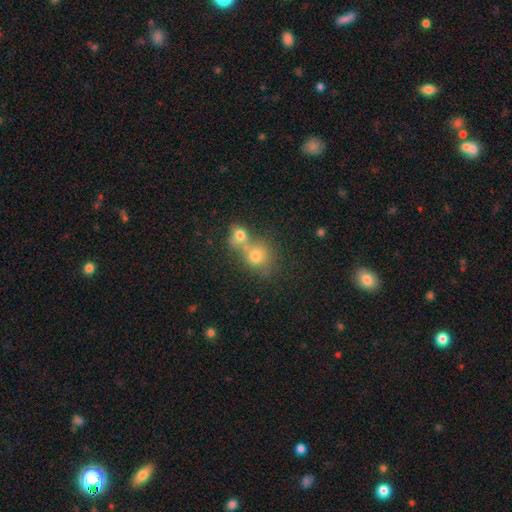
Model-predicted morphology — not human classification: smooth-or-featured: smooth: 73% | star or artifact: 14% | featured or disk: 13%
  how-rounded: round: 77% | in between: 22% | cigar-shaped: 1%
  merging: merger: 50% | none: 38% | minor disturbance: 8% | major disturbance: 4%